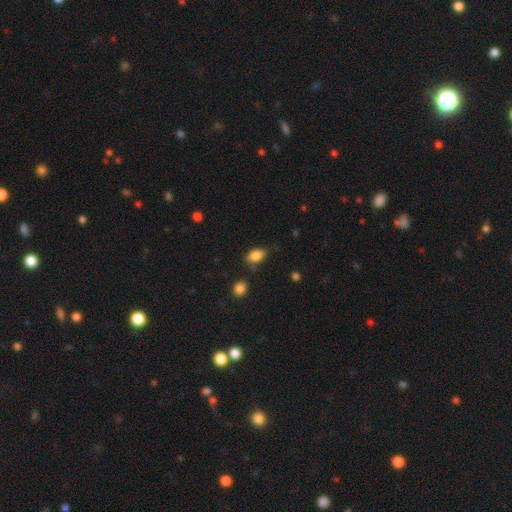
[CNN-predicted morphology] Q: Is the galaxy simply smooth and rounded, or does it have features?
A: smooth — 84%.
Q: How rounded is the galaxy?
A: in between — 86%.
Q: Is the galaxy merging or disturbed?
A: none — 70%.